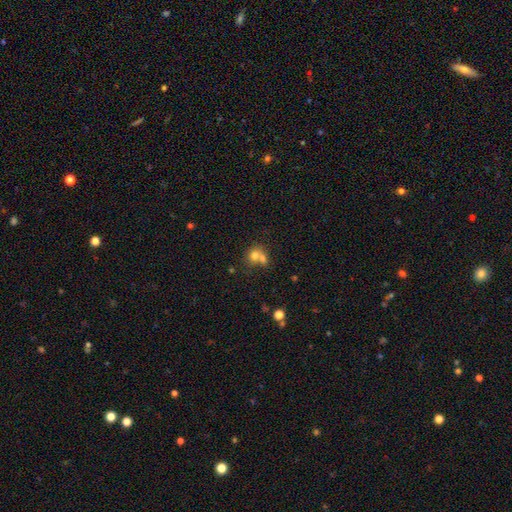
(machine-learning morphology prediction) Smooth or featured: smooth — 71% (featured or disk — 16%)
How rounded: round — 71% (in between — 28%)
Merging: merger — 58% (none — 31%)